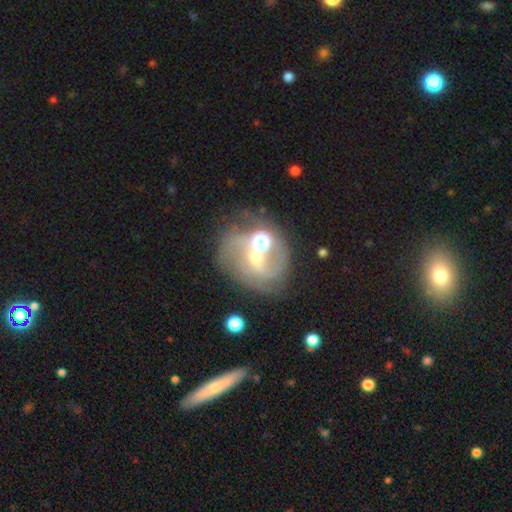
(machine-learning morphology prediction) A featured or disk galaxy (65%) with no bar (44%), 2 (72%) medium (44%) spiral arms (80%) and a moderate central bulge (55%). Merging: none (51%).